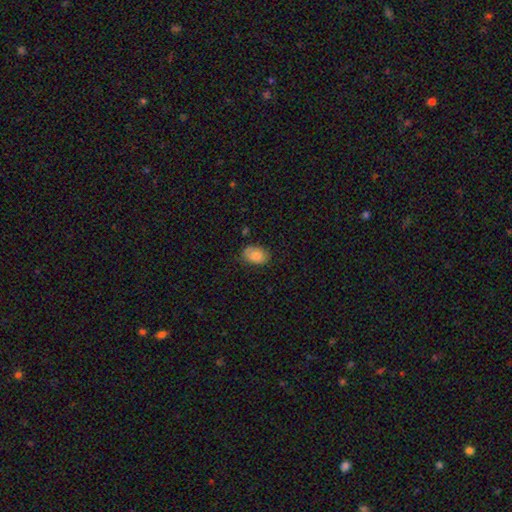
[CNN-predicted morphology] smooth-or-featured: smooth: 81% | featured or disk: 11% | star or artifact: 8%
  how-rounded: in between: 84% | round: 15% | cigar-shaped: 1%
  merging: none: 74% | minor disturbance: 21% | major disturbance: 4% | merger: 2%